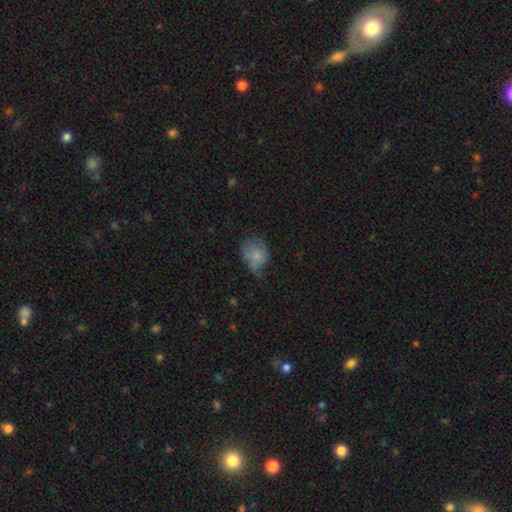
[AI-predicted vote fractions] This appears to be a smooth galaxy with no disk features (68%) that is in between round and cigar-shaped (58%). Merging: minor disturbance (39%).